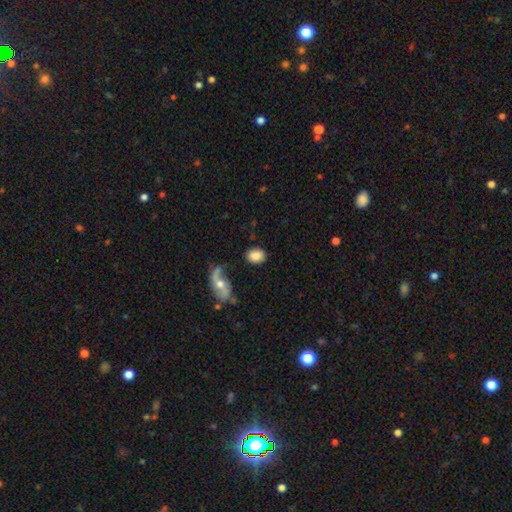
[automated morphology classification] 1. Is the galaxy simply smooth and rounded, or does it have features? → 82% smooth, 11% featured or disk, 7% star or artifact.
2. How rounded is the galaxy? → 62% in between, 36% round, 2% cigar-shaped.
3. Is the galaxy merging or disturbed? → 76% none, 13% minor disturbance, 6% merger, 5% major disturbance.